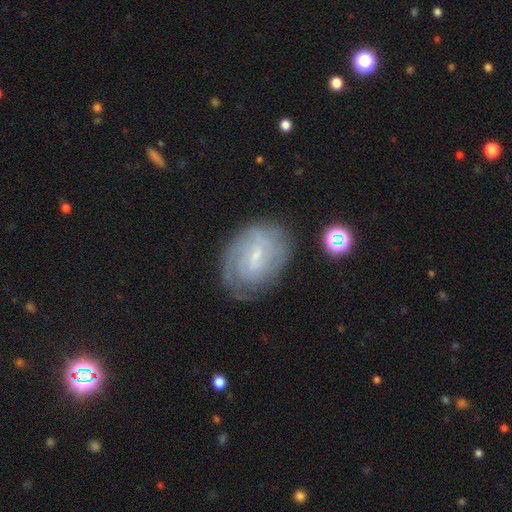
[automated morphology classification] Q: Smooth or featured?
A: featured or disk (73%); runner-up: smooth (19%)
Q: Edge-on disk?
A: no (96%); runner-up: yes (4%)
Q: Bar?
A: weak (58%); runner-up: no (21%)
Q: Spiral arms?
A: yes (87%); runner-up: no (13%)
Q: Spiral winding?
A: tight (63%); runner-up: medium (28%)
Q: Spiral arm count?
A: can't tell (49%); runner-up: 2 (27%)
Q: Bulge size?
A: small (70%); runner-up: moderate (18%)
Q: Merging?
A: none (71%); runner-up: minor disturbance (19%)